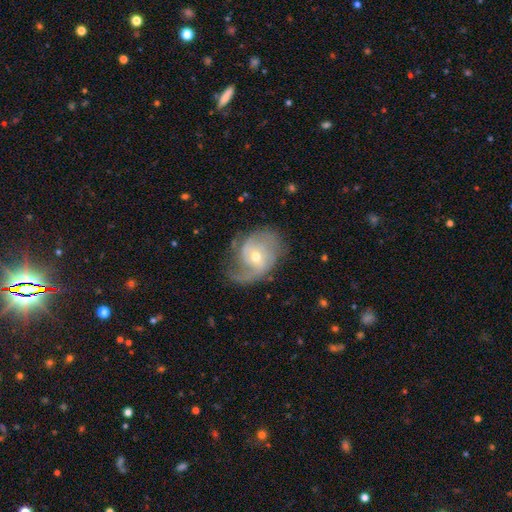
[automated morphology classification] featured or disk 82%, smooth 12%, star or artifact 6%. Down the decision tree: edge-on disk — no (97%); bar — no (57%); spiral arms — yes (93%); spiral arm count — 2 (51%); spiral winding — medium (44%); bulge size — small (49%); merging — none (57%).